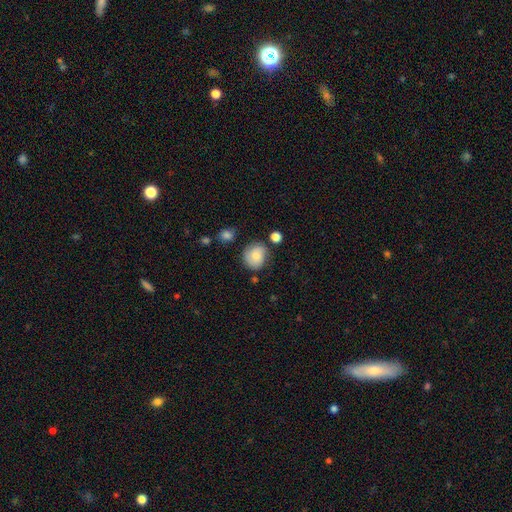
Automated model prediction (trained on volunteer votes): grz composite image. It shows a smooth galaxy with no disk features (69%) that is round (76%). Merging: none (66%).